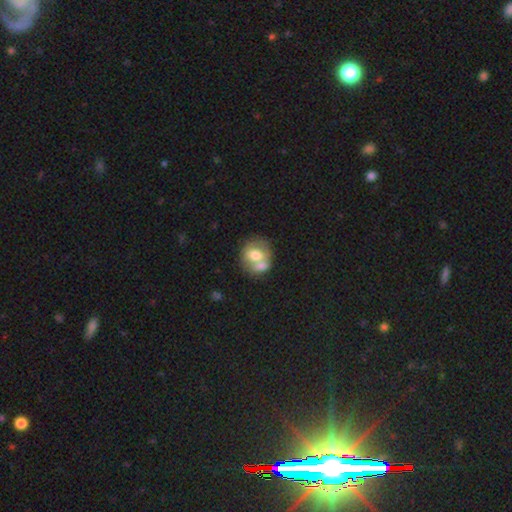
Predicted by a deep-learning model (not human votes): A smooth galaxy with no disk features (65%) that is round (61%).

Vote fractions:
- Smooth or featured? smooth: 65% / featured or disk: 27% / star or artifact: 8%
- How rounded? round: 61% / in between: 38% / cigar-shaped: 1%
- Merging? merger: 51% / none: 34% / minor disturbance: 11% / major disturbance: 5%